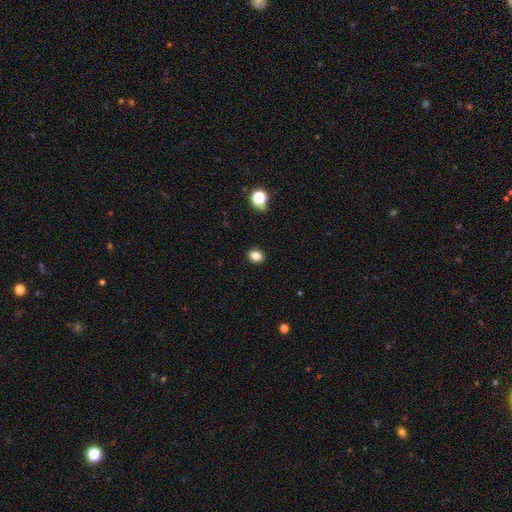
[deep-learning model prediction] Smooth or featured? Predicted: smooth (p=0.84). How rounded? Predicted: in between (p=0.60). Merging? Predicted: none (p=0.89).